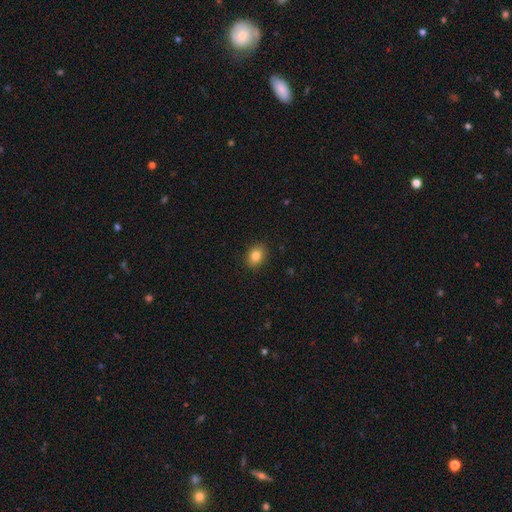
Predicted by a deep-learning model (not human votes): This appears to be a smooth galaxy with no disk features (84%) that is in between round and cigar-shaped (58%). Merging: none (90%).